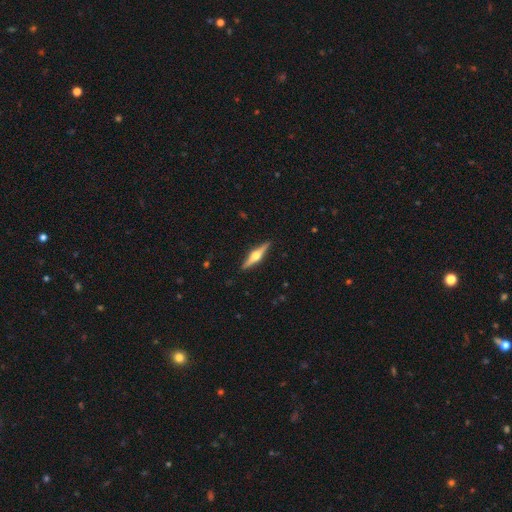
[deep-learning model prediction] Smooth or featured?
  - featured or disk: 78% *
  - smooth: 17%
  - star or artifact: 5%
Edge-on disk?
  - yes: 98% *
  - no: 2%
Edge-on bulge?
  - rounded: 96% *
  - boxy: 3%
  - none: 1%
Merging?
  - none: 91% *
  - minor disturbance: 6%
  - major disturbance: 1%
  - merger: 1%